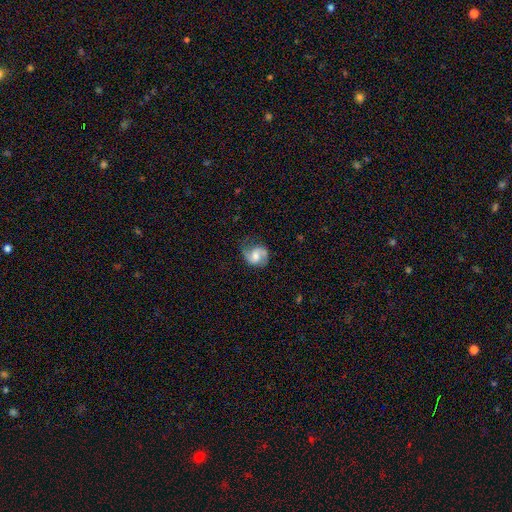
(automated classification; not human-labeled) Smooth or featured?
  - featured or disk: 72% *
  - smooth: 21%
  - star or artifact: 7%
Edge-on disk?
  - no: 98% *
  - yes: 2%
Bar?
  - weak: 48% *
  - no: 37%
  - strong: 16%
Spiral arms?
  - yes: 94% *
  - no: 6%
Spiral winding?
  - medium: 47% *
  - loose: 36%
  - tight: 17%
Spiral arm count?
  - 2: 86% *
  - 1: 6%
  - can't tell: 5%
  - 3: 1%
  - 4: 1%
  - more than 4: 1%
Bulge size?
  - moderate: 50% *
  - small: 26%
  - large: 13%
  - none: 9%
  - dominant: 2%
Merging?
  - none: 66% *
  - minor disturbance: 22%
  - major disturbance: 10%
  - merger: 1%